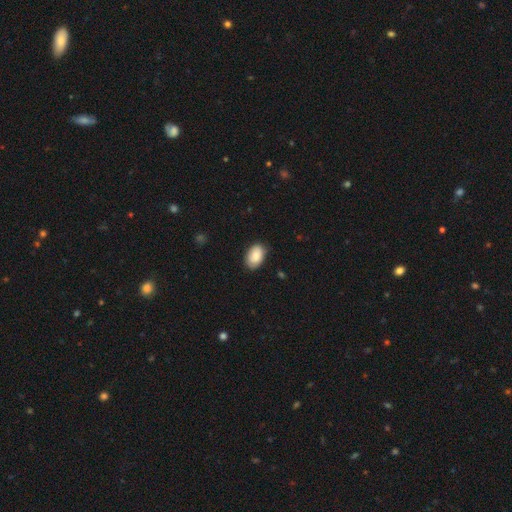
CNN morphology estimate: Smooth or featured: smooth — 86% (featured or disk — 8%)
How rounded: in between — 90% (round — 9%)
Merging: none — 83% (minor disturbance — 13%)